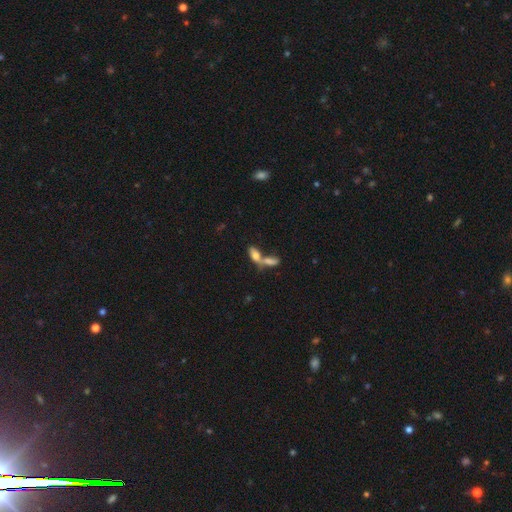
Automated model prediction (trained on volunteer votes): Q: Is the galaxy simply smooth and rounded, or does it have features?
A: smooth — 70%.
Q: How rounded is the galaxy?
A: in between — 77%.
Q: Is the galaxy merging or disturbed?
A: merger — 63%.